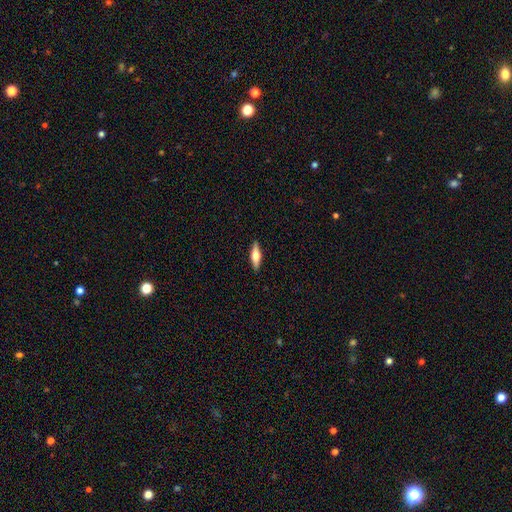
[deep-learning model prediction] A smooth galaxy with no disk features (50%) that is cigar-shaped (54%). Merging: none (90%).